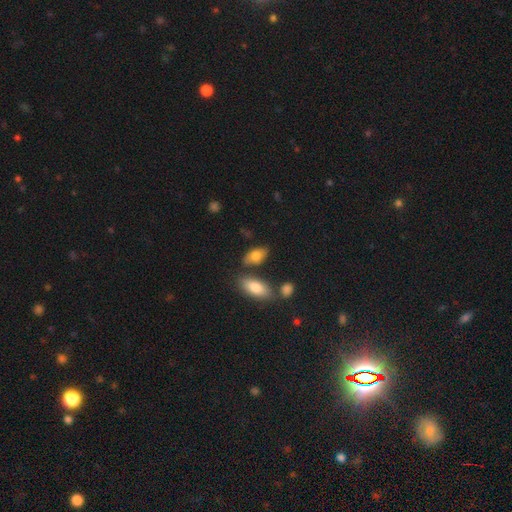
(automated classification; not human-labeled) A smooth galaxy with no disk features (78%) that is in between round and cigar-shaped (89%). Merging: none (65%).